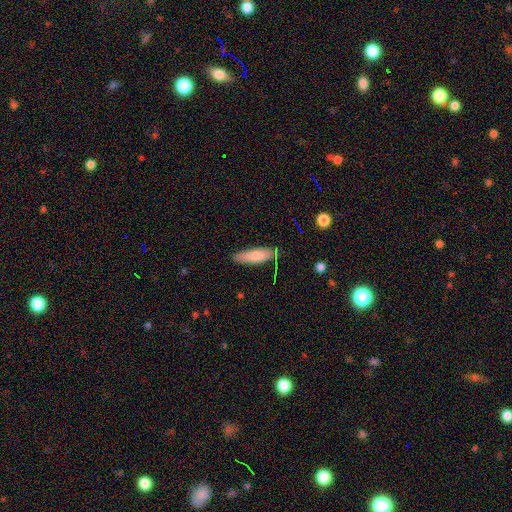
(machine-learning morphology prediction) Q: Smooth or featured?
A: smooth (81%); runner-up: featured or disk (13%)
Q: How rounded?
A: cigar-shaped (60%); runner-up: in between (38%)
Q: Merging?
A: none (78%); runner-up: minor disturbance (16%)